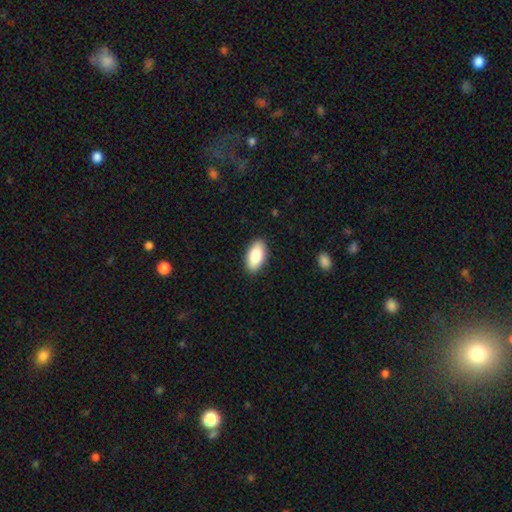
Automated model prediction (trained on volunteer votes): smooth-or-featured: smooth: 83% | featured or disk: 10% | star or artifact: 6%
  how-rounded: in between: 93% | cigar-shaped: 4% | round: 3%
  merging: none: 89% | minor disturbance: 8% | major disturbance: 2% | merger: 1%